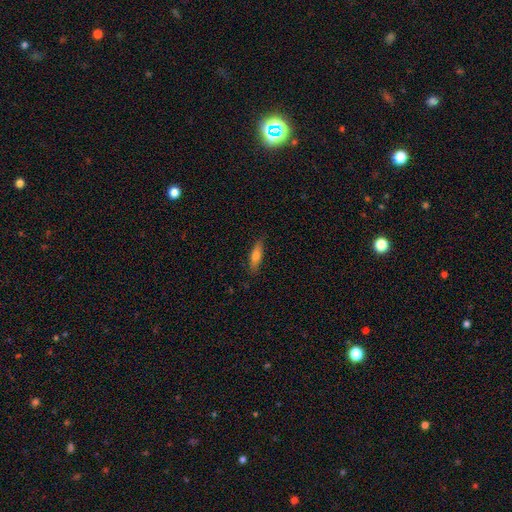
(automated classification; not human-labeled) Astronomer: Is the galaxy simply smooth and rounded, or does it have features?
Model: smooth — 72%.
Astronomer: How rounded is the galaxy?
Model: cigar-shaped — 60% (runner-up: in between, 38%).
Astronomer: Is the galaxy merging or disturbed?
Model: none — 84%.